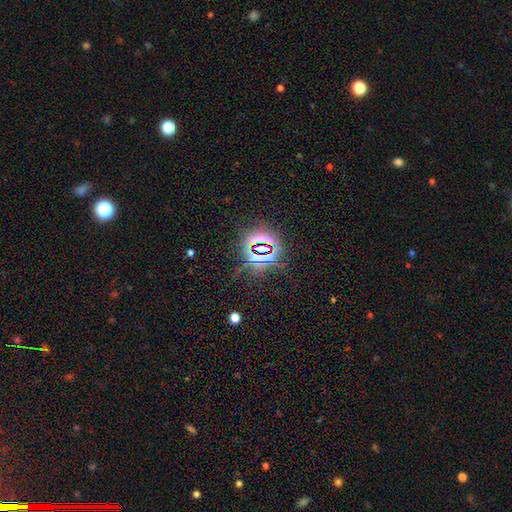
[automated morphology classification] Q: Smooth or featured?
A: star or artifact (80%); runner-up: smooth (12%)